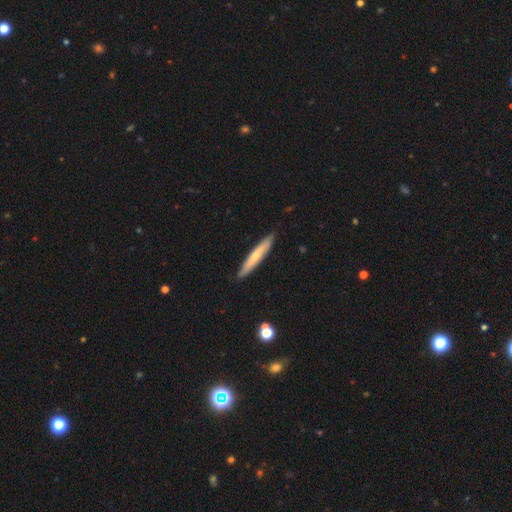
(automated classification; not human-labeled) Smooth or featured? Predicted: smooth (p=0.60). How rounded? Predicted: cigar-shaped (p=0.93). Merging? Predicted: none (p=0.88).